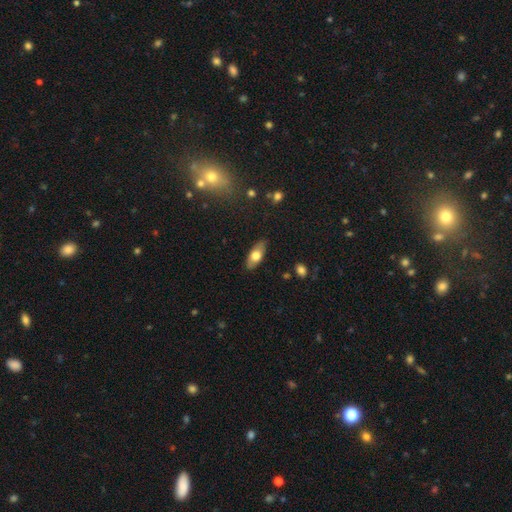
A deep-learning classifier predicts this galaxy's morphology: A smooth galaxy with no disk features (67%) that is in between round and cigar-shaped (82%).

Vote fractions:
- Smooth or featured? smooth: 67% / featured or disk: 27% / star or artifact: 6%
- How rounded? in between: 82% / cigar-shaped: 14% / round: 3%
- Merging? none: 85% / minor disturbance: 12% / major disturbance: 2% / merger: 1%